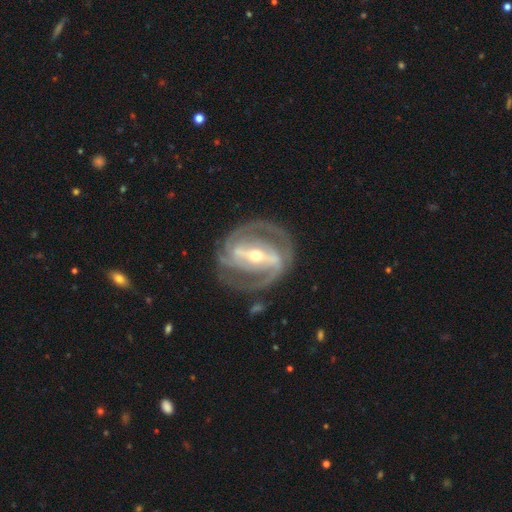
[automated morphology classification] Smooth or featured? featured or disk (92%)
Edge-on disk? no (96%)
Bar? strong (76%)
Spiral arms? yes (97%)
Spiral winding? tight (52%)
Spiral arm count? 2 (59%)
Bulge size? small (52%)
Merging? none (77%)